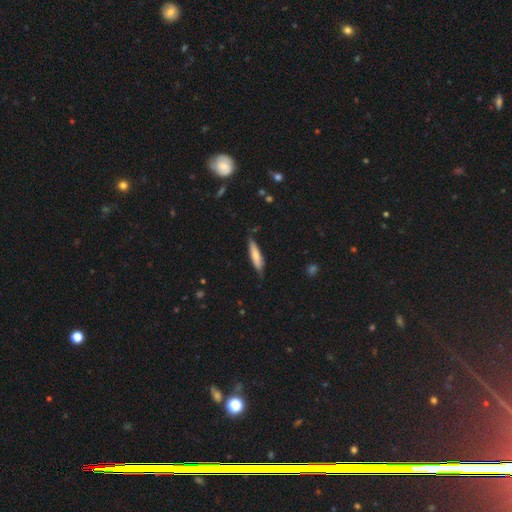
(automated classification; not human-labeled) Morphology: type=smooth (69%); roundness=cigar-shaped (77%); merging=none (75%).